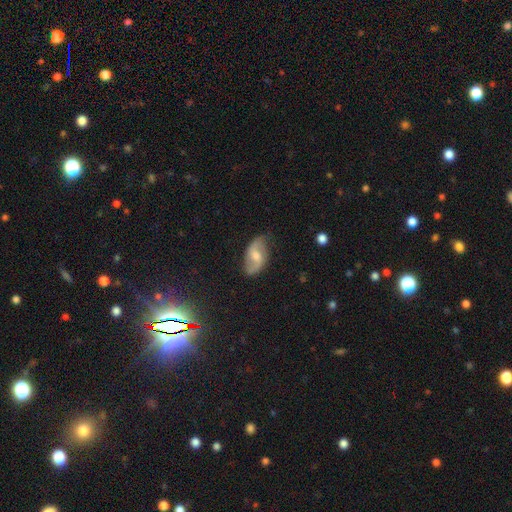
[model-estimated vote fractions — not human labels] Smooth or featured?
  - featured or disk: 69% *
  - smooth: 24%
  - star or artifact: 7%
Edge-on disk?
  - no: 96% *
  - yes: 4%
Bar?
  - weak: 52% *
  - no: 36%
  - strong: 12%
Spiral arms?
  - yes: 91% *
  - no: 9%
Spiral winding?
  - loose: 56% *
  - medium: 34%
  - tight: 10%
Spiral arm count?
  - 2: 90% *
  - can't tell: 5%
  - 1: 2%
  - 3: 1%
  - 4: 1%
  - more than 4: 1%
Bulge size?
  - moderate: 59% *
  - small: 26%
  - large: 7%
  - none: 6%
  - dominant: 1%
Merging?
  - none: 72% *
  - minor disturbance: 21%
  - major disturbance: 5%
  - merger: 2%